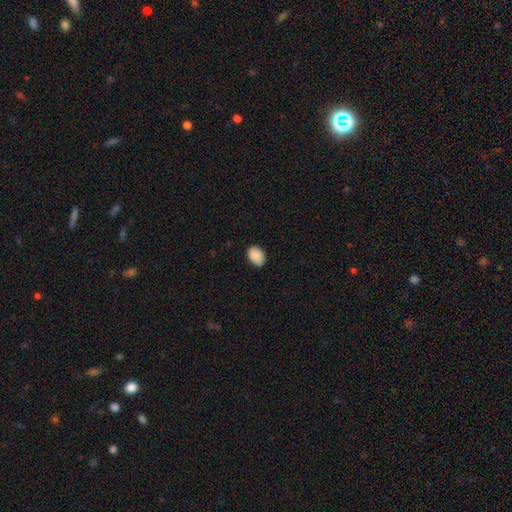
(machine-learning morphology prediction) This is clearly a smooth galaxy (90%). How rounded: clearly in between (81%). Merging: clearly none (84%).